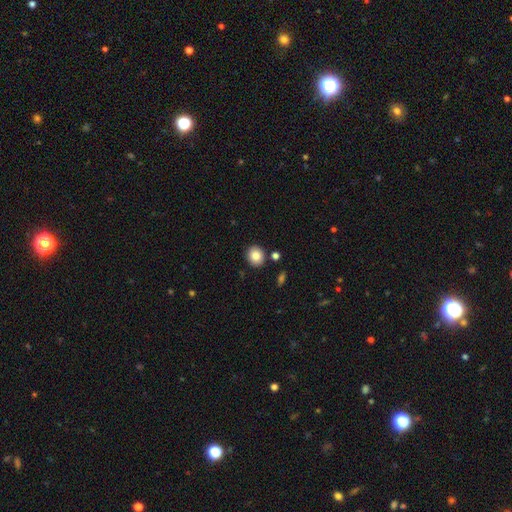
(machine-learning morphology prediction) The model was most divided on "how rounded": round: 78%, in between: 21%, cigar-shaped: 1%. More confident: merging — none (87%); smooth or featured — smooth (85%).